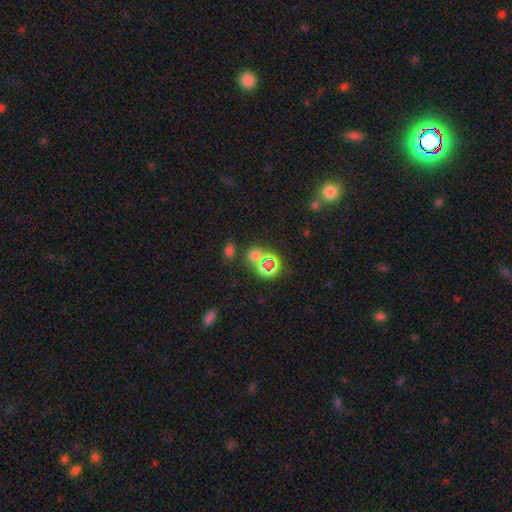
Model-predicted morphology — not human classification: Smooth or featured? Predicted: smooth (p=0.48). Merging? Predicted: none (p=0.68).